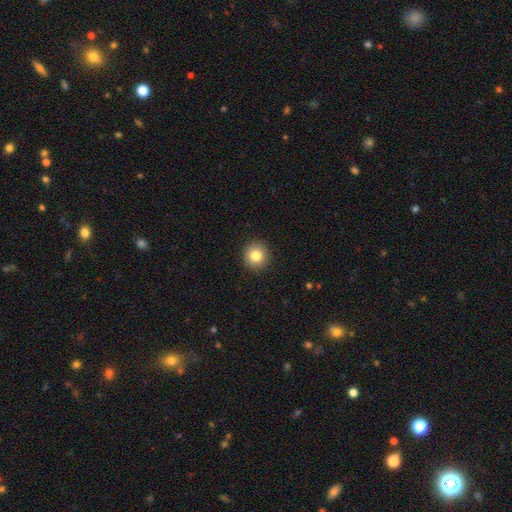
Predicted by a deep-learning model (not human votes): Smooth or featured: smooth — 82% (star or artifact — 10%)
How rounded: round — 92% (in between — 7%)
Merging: none — 92% (minor disturbance — 5%)